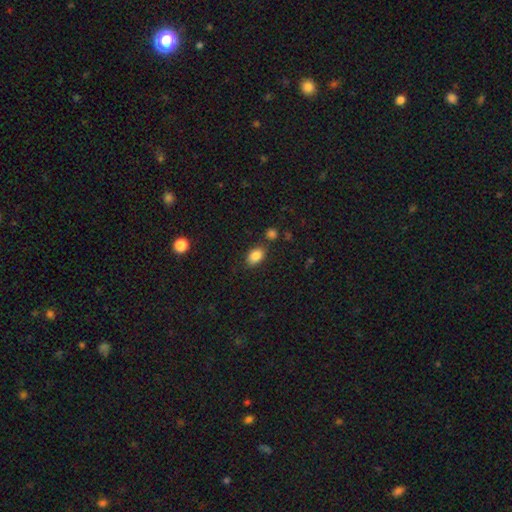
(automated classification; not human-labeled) smooth 86%, star or artifact 9%, featured or disk 5%. Down the decision tree: how rounded — in between (84%); merging — none (78%).